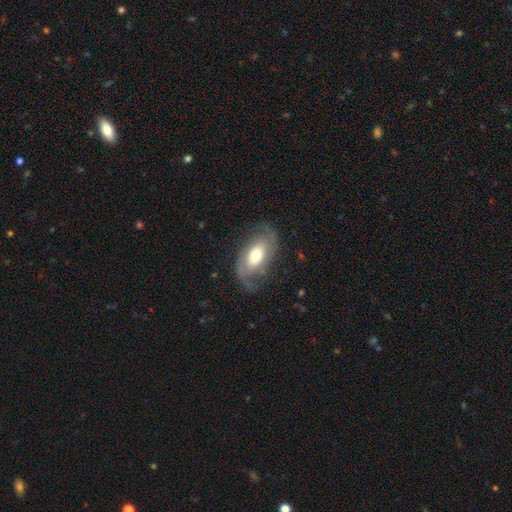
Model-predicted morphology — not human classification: A featured or disk galaxy (67%) with no bar (59%), 2 (83%) medium (43%) spiral arms (83%) and a moderate central bulge (61%).

Vote fractions:
- Smooth or featured? featured or disk: 67% / smooth: 27% / star or artifact: 6%
- Edge-on disk? no: 93% / yes: 7%
- Bar? no: 59% / weak: 27% / strong: 13%
- Spiral arms? yes: 83% / no: 17%
- Spiral winding? medium: 43% / loose: 33% / tight: 24%
- Spiral arm count? 2: 83% / can't tell: 9% / 1: 5% / 3: 1% / 4: 1% / more than 4: 1%
- Bulge size? moderate: 61% / large: 18% / small: 17% / dominant: 3% / none: 1%
- Merging? none: 69% / minor disturbance: 18% / major disturbance: 11% / merger: 1%